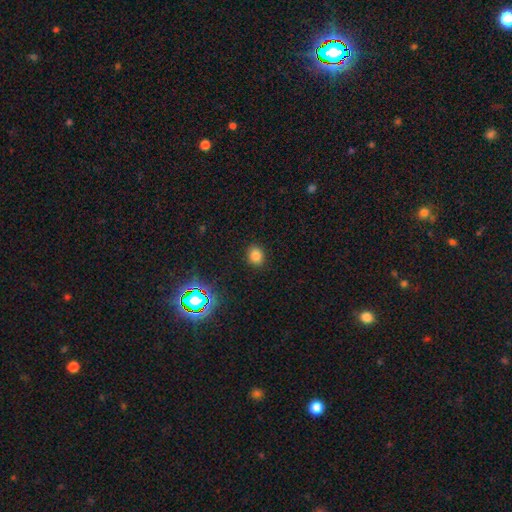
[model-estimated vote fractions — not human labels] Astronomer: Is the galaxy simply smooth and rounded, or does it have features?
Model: smooth — 78%.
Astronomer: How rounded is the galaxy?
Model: round — 59% (runner-up: in between, 40%).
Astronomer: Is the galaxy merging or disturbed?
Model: none — 89%.